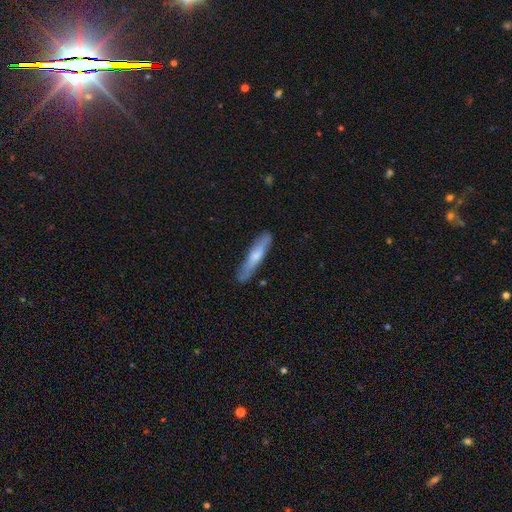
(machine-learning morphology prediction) This appears to be a smooth galaxy with no disk features (55%) that is cigar-shaped (91%). Merging: none (83%).